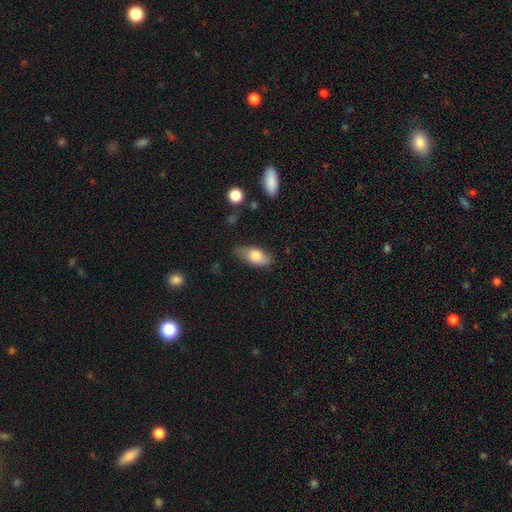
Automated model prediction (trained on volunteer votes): This is likely a smooth galaxy (73%). How rounded: clearly in between (86%). Merging: likely none (70%).